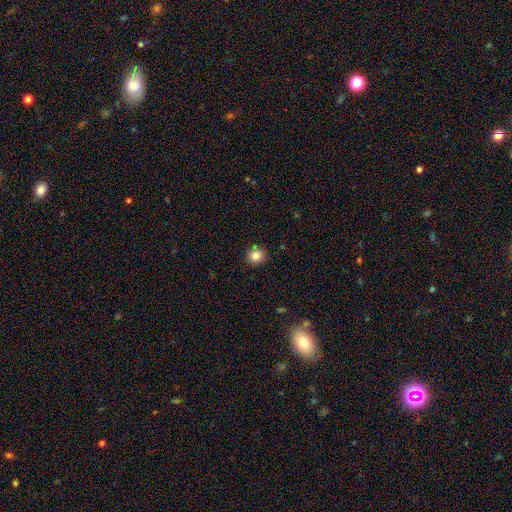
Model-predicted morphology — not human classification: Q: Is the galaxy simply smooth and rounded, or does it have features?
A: smooth — 83%.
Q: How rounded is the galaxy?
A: round — 92%.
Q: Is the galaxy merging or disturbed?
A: none — 90%.